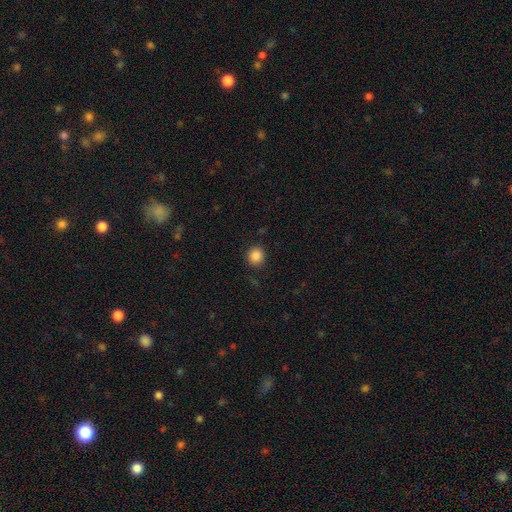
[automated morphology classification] Q: Smooth or featured?
A: smooth (86%); runner-up: star or artifact (10%)
Q: How rounded?
A: round (88%); runner-up: in between (11%)
Q: Merging?
A: none (89%); runner-up: minor disturbance (7%)